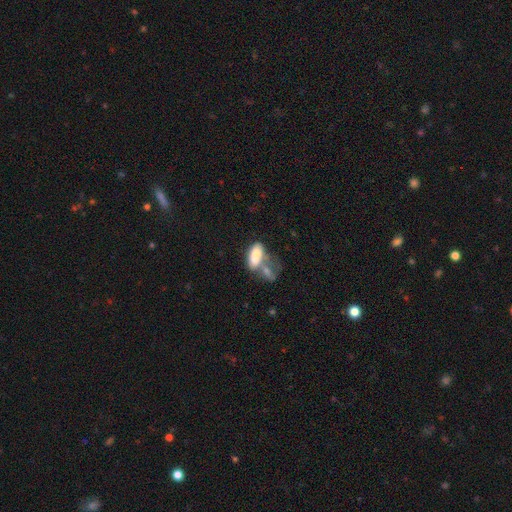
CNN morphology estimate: smooth-or-featured: smooth: 75% | featured or disk: 17% | star or artifact: 8%
  how-rounded: in between: 88% | cigar-shaped: 9% | round: 3%
  merging: merger: 55% | none: 19% | major disturbance: 14% | minor disturbance: 12%